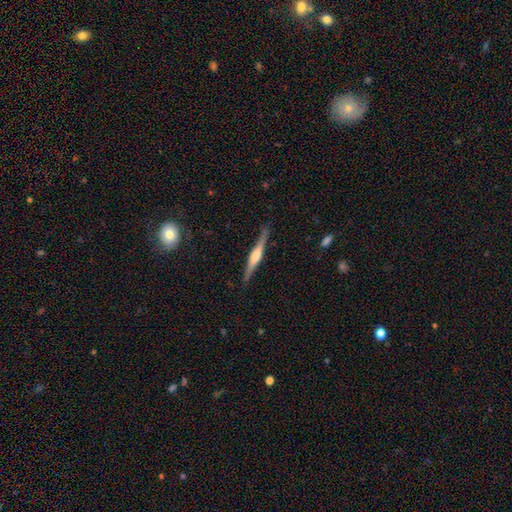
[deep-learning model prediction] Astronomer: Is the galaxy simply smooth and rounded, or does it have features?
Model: featured or disk — 71%.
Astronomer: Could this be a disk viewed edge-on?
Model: yes — 98%.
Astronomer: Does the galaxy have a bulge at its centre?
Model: rounded — 63%.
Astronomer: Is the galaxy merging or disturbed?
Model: none — 87%.